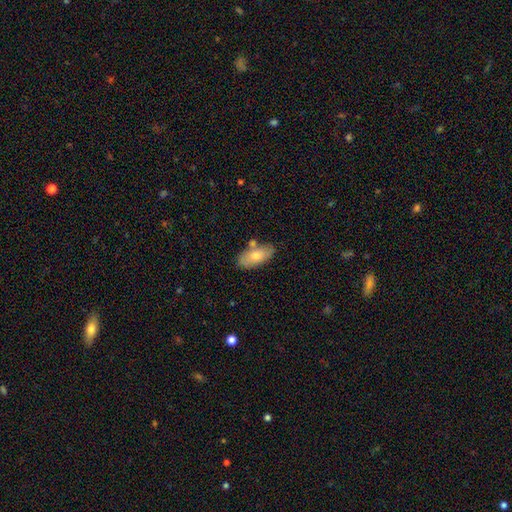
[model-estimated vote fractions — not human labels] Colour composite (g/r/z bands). It shows a smooth galaxy with no disk features (75%) that is in between round and cigar-shaped (90%). Merging: none (70%).